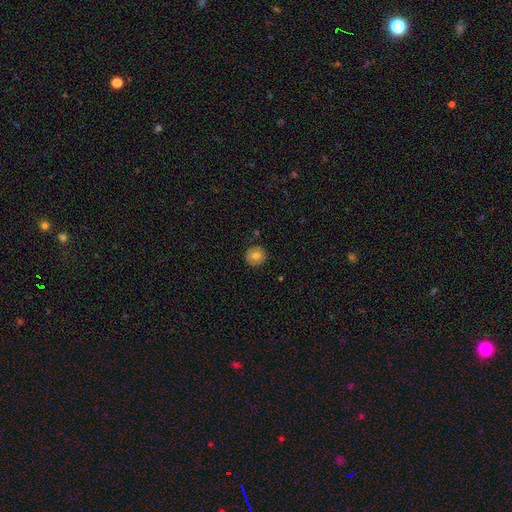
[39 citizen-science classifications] smooth-or-featured: smooth: 74% | featured or disk: 18% | star or artifact: 8%
  how-rounded: round: 97% | in between: 3% | cigar-shaped: 0%
  merging: none: 94% | minor disturbance: 6% | major disturbance: 0% | merger: 0%